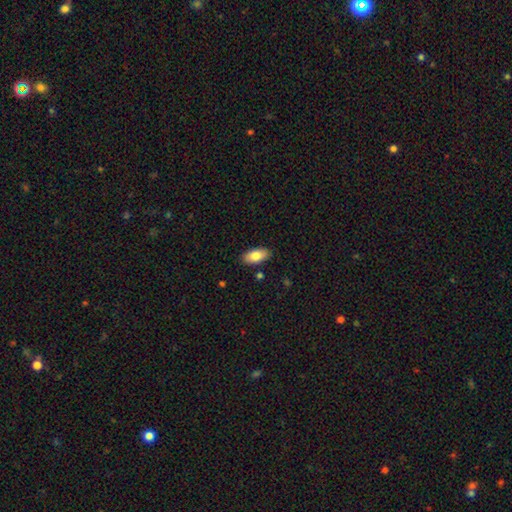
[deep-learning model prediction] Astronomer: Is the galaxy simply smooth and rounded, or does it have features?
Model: smooth — 83%.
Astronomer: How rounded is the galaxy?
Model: in between — 91%.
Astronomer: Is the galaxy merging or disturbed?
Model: none — 87%.